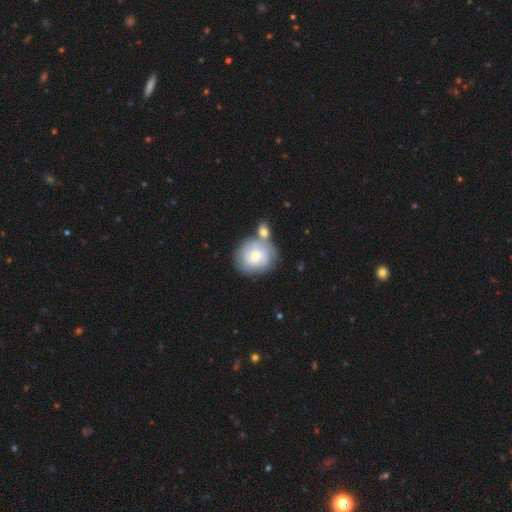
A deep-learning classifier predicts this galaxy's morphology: Q: Smooth or featured?
A: smooth (59%); runner-up: featured or disk (34%)
Q: How rounded?
A: round (83%); runner-up: in between (16%)
Q: Merging?
A: none (52%); runner-up: merger (28%)